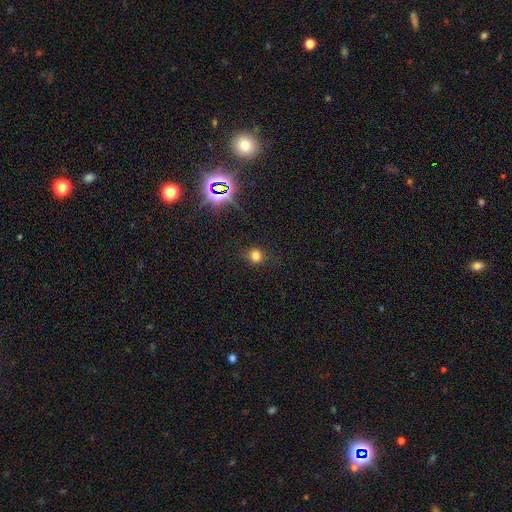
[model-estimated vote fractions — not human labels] Morphology: type=smooth (75%); roundness=round (89%); merging=none (87%).